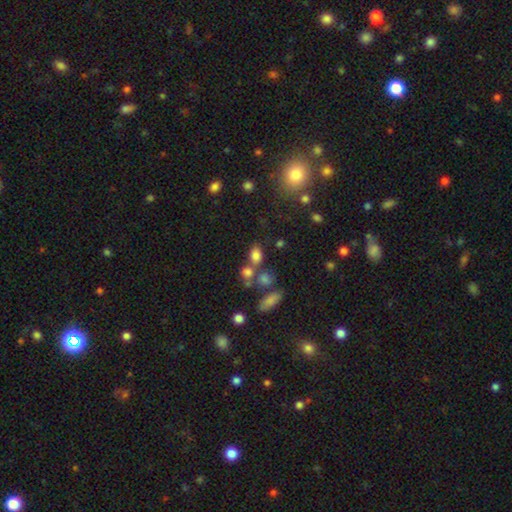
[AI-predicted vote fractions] smooth_or_featured: smooth (p=0.76) [alt: star or artifact p=0.15]
how_rounded: in between (p=0.68) [alt: round p=0.30]
merging: none (p=0.52) [alt: merger p=0.28]